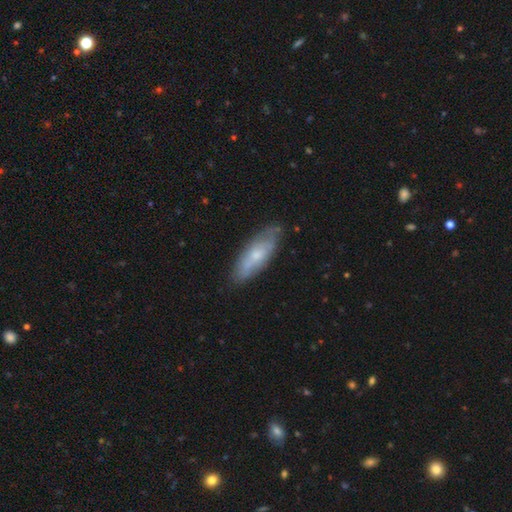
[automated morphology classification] A smooth galaxy with no disk features (52%) that is in between round and cigar-shaped (57%).

Vote fractions:
- Smooth or featured? smooth: 52% / featured or disk: 42% / star or artifact: 6%
- How rounded? in between: 57% / cigar-shaped: 41% / round: 2%
- Merging? none: 73% / minor disturbance: 20% / major disturbance: 4% / merger: 2%